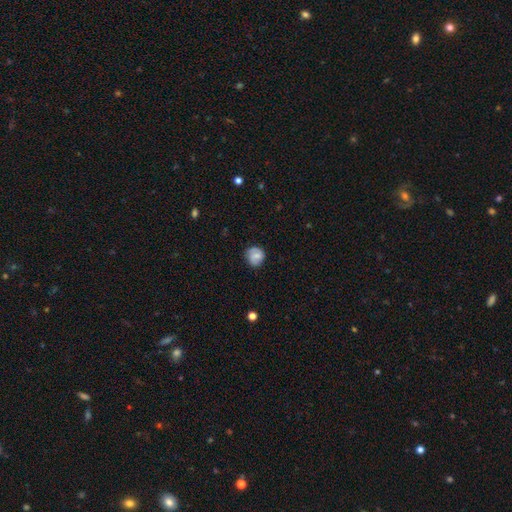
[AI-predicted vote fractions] This appears to be a smooth galaxy with no disk features (53%) that is round (81%). Merging: none (74%).